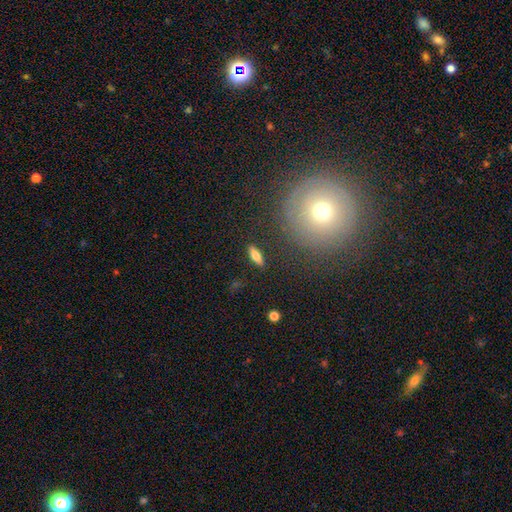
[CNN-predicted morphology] Smooth or featured: smooth — 65% (featured or disk — 27%)
How rounded: in between — 60% (cigar-shaped — 36%)
Merging: none — 88% (minor disturbance — 8%)